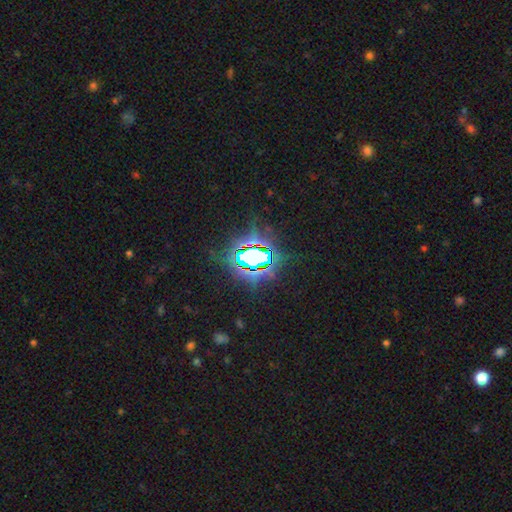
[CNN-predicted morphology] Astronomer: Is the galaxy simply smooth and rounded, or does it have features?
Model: star or artifact — 79%.